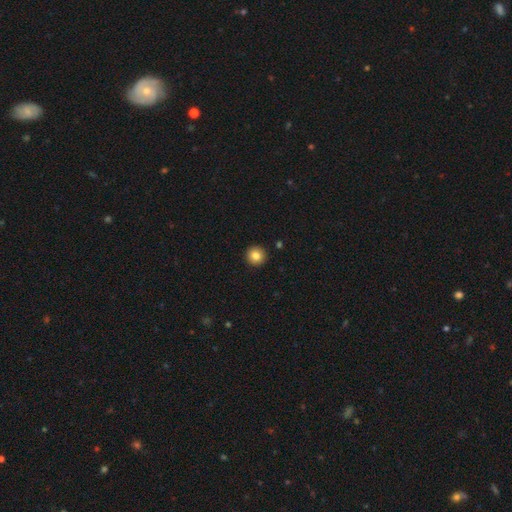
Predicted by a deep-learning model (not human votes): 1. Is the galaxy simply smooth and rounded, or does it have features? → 84% smooth, 10% star or artifact, 6% featured or disk.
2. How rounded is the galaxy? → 95% round, 4% in between, 1% cigar-shaped.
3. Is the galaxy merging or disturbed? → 93% none, 4% minor disturbance, 1% major disturbance, 1% merger.